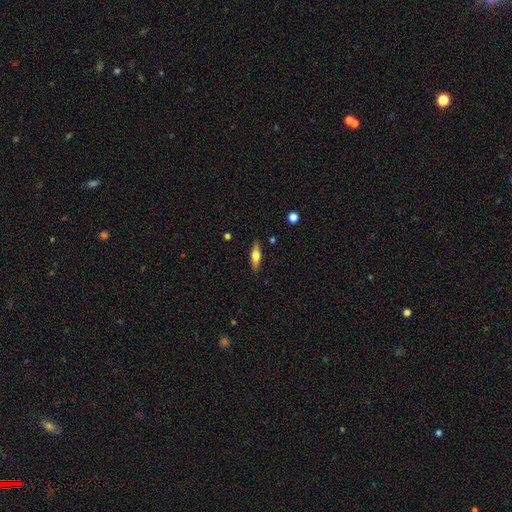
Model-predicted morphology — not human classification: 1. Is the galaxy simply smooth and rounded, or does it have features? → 53% smooth, 41% featured or disk, 6% star or artifact.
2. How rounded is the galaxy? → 60% cigar-shaped, 37% in between, 3% round.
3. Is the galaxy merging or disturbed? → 87% none, 9% minor disturbance, 2% major disturbance, 2% merger.